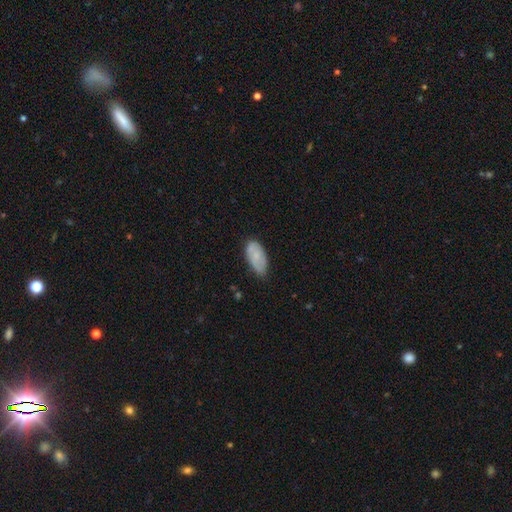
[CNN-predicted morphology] This appears to be a smooth galaxy with no disk features (68%) that is in between round and cigar-shaped (93%). Merging: none (64%).